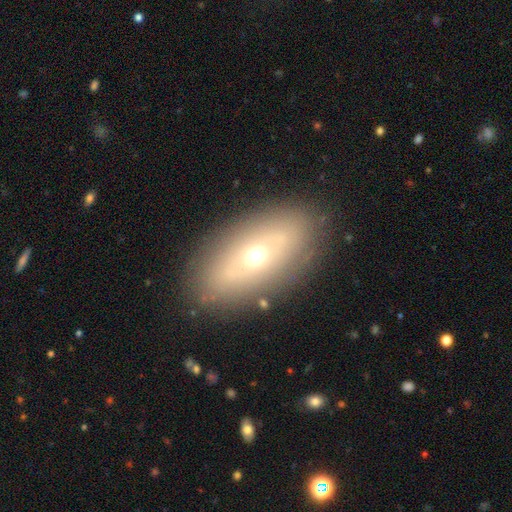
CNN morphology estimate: Smooth or featured? Predicted: smooth (p=0.48). Merging? Predicted: none (p=0.83).